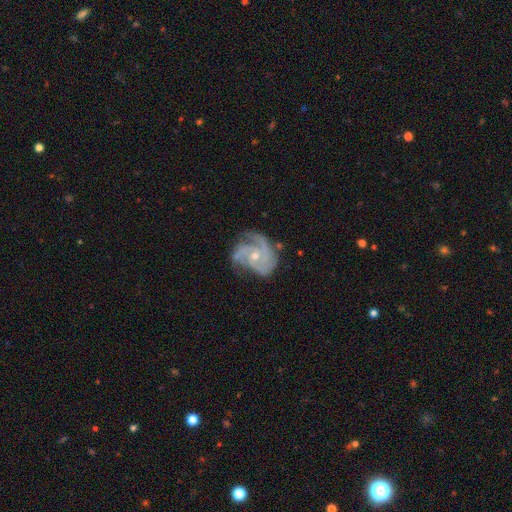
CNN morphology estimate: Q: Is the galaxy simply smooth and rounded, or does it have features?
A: featured or disk — 90%.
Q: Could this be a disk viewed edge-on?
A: no — 98%.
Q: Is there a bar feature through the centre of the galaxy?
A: no — 72%.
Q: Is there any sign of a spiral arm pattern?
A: yes — 97%.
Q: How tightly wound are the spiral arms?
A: tight — 49%.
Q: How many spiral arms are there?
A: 3 — 57%.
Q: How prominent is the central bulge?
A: small — 58%.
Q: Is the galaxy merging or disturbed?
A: none — 61%.